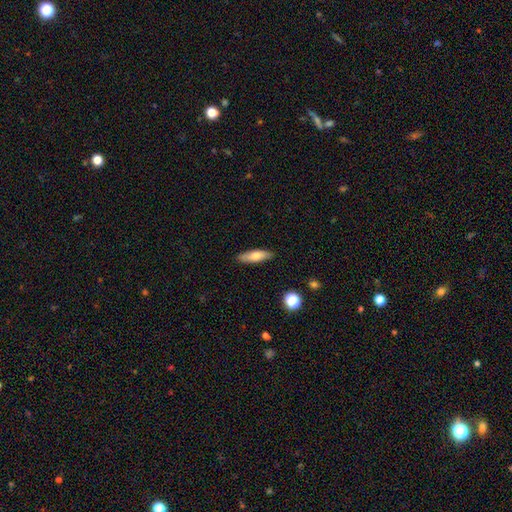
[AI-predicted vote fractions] Smooth or featured? smooth (71%)
How rounded? cigar-shaped (56%)
Merging? none (88%)